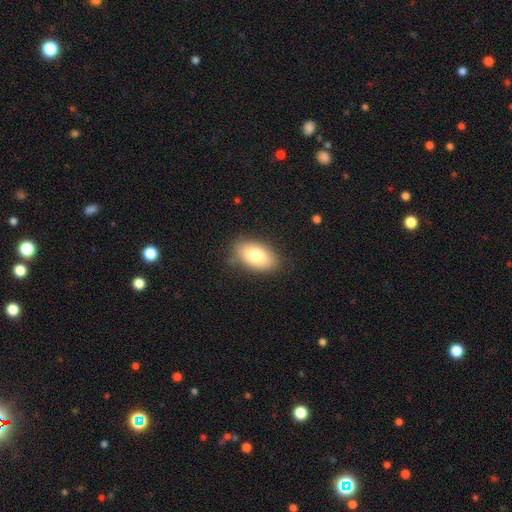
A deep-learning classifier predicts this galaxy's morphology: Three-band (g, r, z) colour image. It shows a smooth galaxy with no disk features (81%) that is in between round and cigar-shaped (93%). Merging: none (80%).